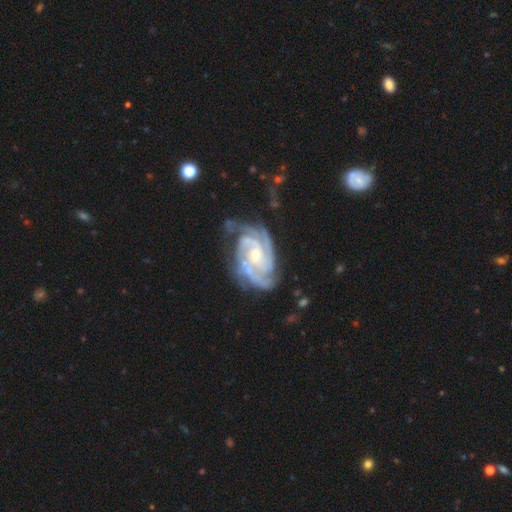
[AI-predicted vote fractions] Smooth or featured?
  - featured or disk: 93% *
  - star or artifact: 4%
  - smooth: 3%
Edge-on disk?
  - no: 98% *
  - yes: 2%
Bar?
  - no: 58% *
  - weak: 31%
  - strong: 12%
Spiral arms?
  - yes: 99% *
  - no: 1%
Spiral winding?
  - tight: 66% *
  - medium: 30%
  - loose: 4%
Spiral arm count?
  - 3: 41% *
  - 2: 19%
  - 4: 19%
  - can't tell: 10%
  - more than 4: 5%
  - 1: 5%
Bulge size?
  - small: 62% *
  - moderate: 34%
  - none: 1%
  - large: 1%
  - dominant: 1%
Merging?
  - none: 63% *
  - minor disturbance: 24%
  - major disturbance: 10%
  - merger: 3%